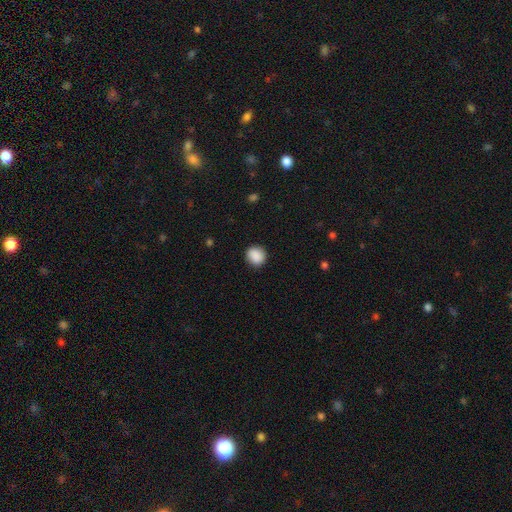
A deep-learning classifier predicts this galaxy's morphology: smooth-or-featured: smooth: 89% | star or artifact: 8% | featured or disk: 3%
  how-rounded: round: 82% | in between: 17% | cigar-shaped: 1%
  merging: none: 89% | minor disturbance: 8% | major disturbance: 2% | merger: 1%